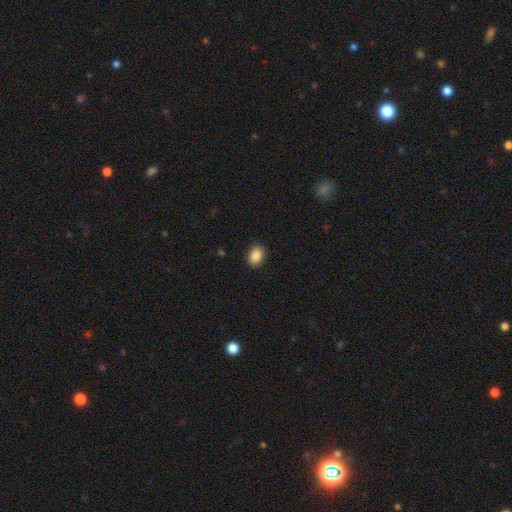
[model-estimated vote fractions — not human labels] Smooth or featured: smooth — 88% (star or artifact — 8%)
How rounded: in between — 74% (round — 25%)
Merging: none — 89% (minor disturbance — 8%)